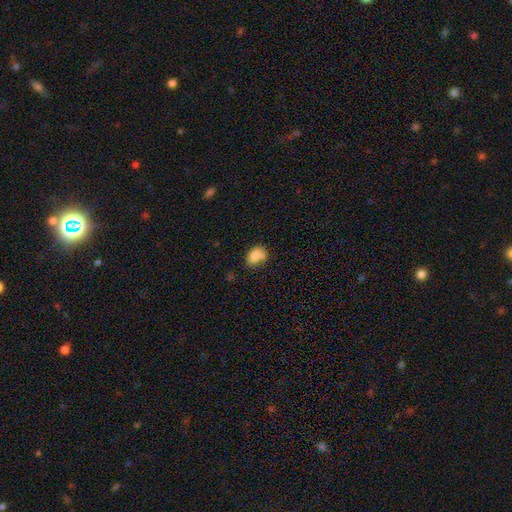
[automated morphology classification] A smooth galaxy with no disk features (82%) that is in between round and cigar-shaped (75%). Merging: none (56%).